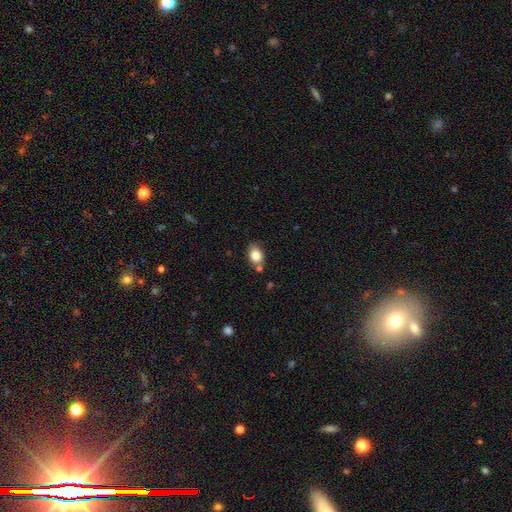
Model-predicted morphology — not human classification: Smooth or featured? smooth (82%)
How rounded? in between (66%)
Merging? none (70%)